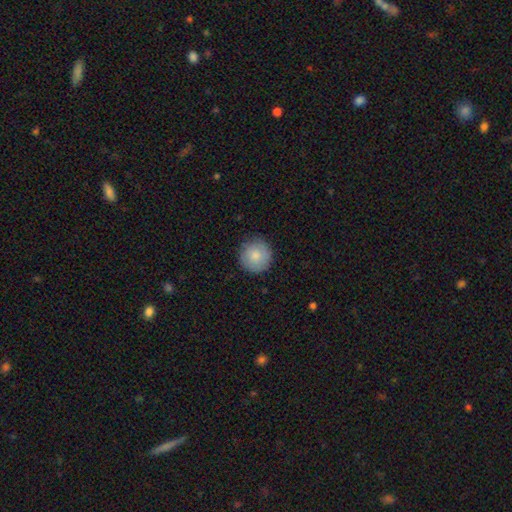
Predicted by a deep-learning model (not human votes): Morphology: type=smooth (82%); roundness=round (95%); merging=none (87%).